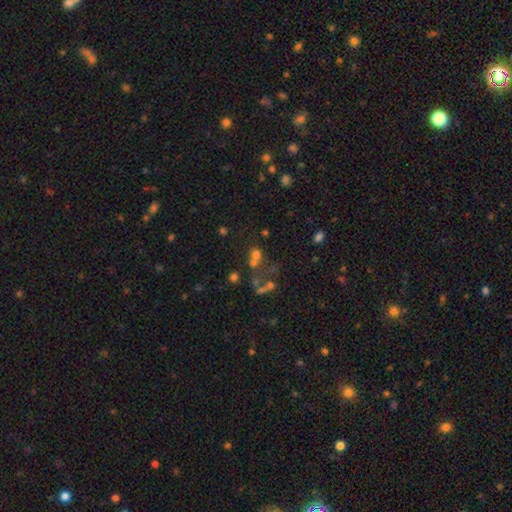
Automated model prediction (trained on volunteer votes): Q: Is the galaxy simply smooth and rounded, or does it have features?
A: smooth — 55%.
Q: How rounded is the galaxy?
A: round — 75%.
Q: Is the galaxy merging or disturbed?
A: merger — 43%.